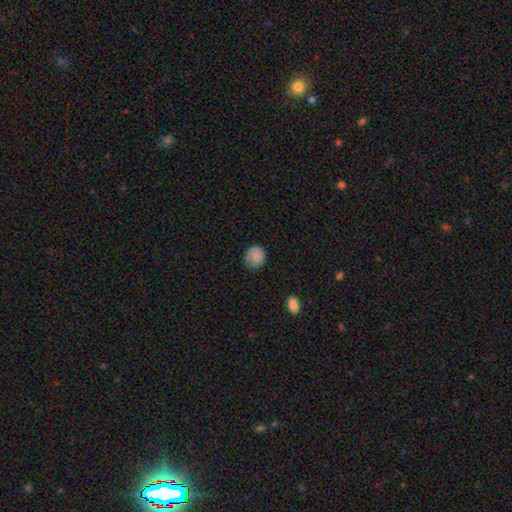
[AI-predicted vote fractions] Overall: smooth (85%). How rounded: round (78%). Merging: none (77%).